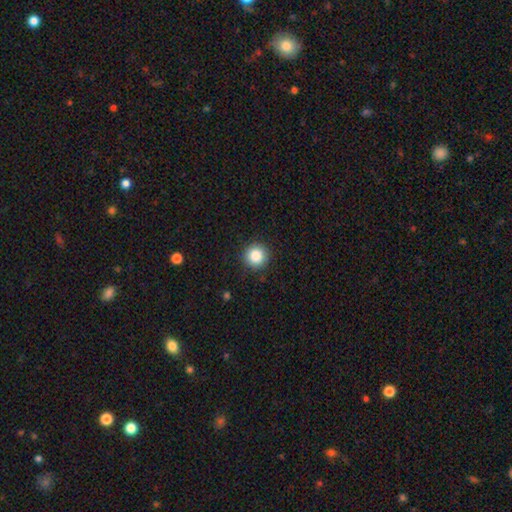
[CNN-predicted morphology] Q: Smooth or featured?
A: smooth (85%); runner-up: star or artifact (10%)
Q: How rounded?
A: round (95%); runner-up: in between (4%)
Q: Merging?
A: none (91%); runner-up: minor disturbance (6%)